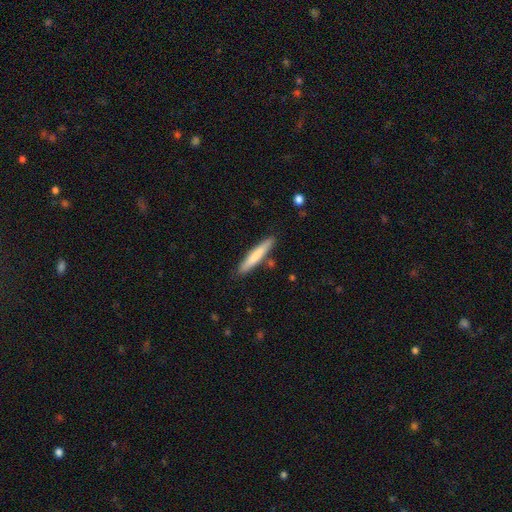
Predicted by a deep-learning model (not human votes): Overall: smooth (75%). How rounded: cigar-shaped (93%). Merging: none (87%).